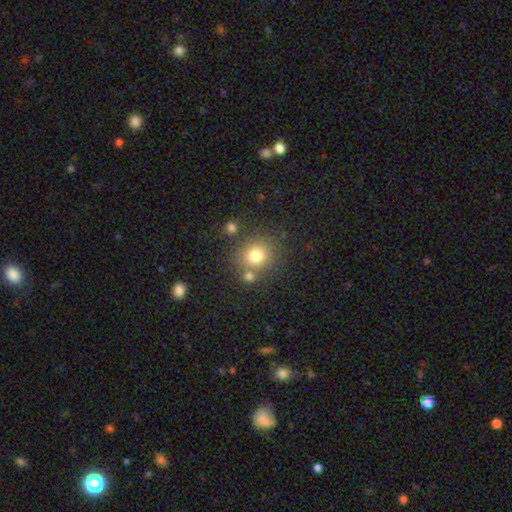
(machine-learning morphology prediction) Smooth or featured?
  - smooth: 77% *
  - star or artifact: 13%
  - featured or disk: 10%
How rounded?
  - round: 79% *
  - in between: 20%
  - cigar-shaped: 1%
Merging?
  - none: 70% *
  - merger: 15%
  - minor disturbance: 11%
  - major disturbance: 4%